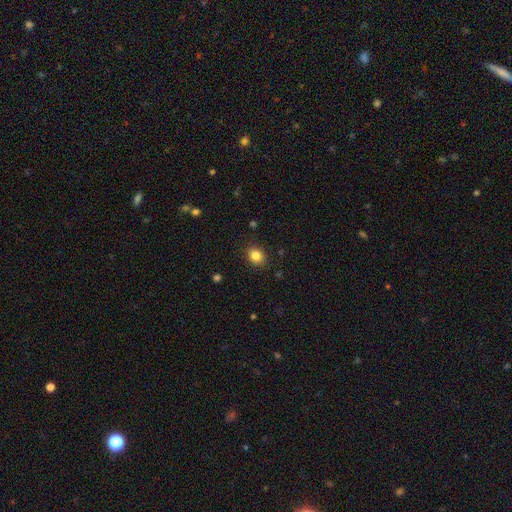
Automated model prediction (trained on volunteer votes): The model was most divided on "how rounded": round: 64%, in between: 35%, cigar-shaped: 1%. More confident: merging — none (89%); smooth or featured — smooth (84%).